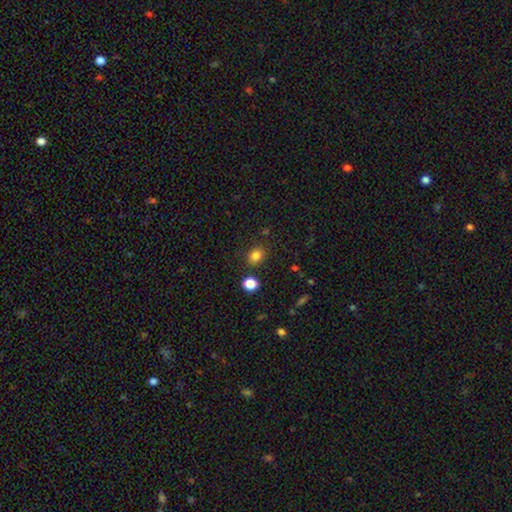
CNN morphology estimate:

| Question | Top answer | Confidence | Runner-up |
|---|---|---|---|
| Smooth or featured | smooth | 82% | star or artifact (13%) |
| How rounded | round | 59% | in between (40%) |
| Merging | none | 81% | minor disturbance (10%) |